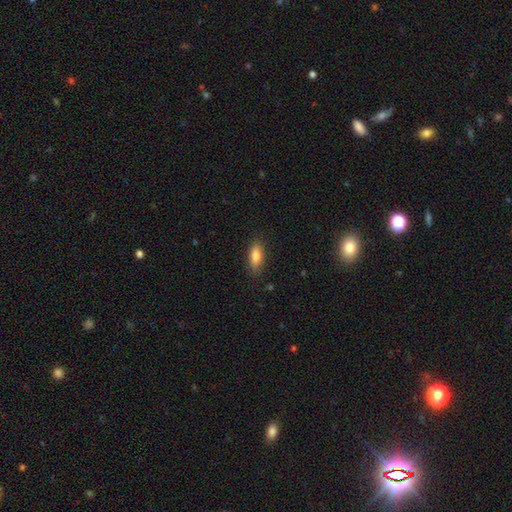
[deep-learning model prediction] Morphology: type=smooth (82%); roundness=in between (73%); merging=none (83%).